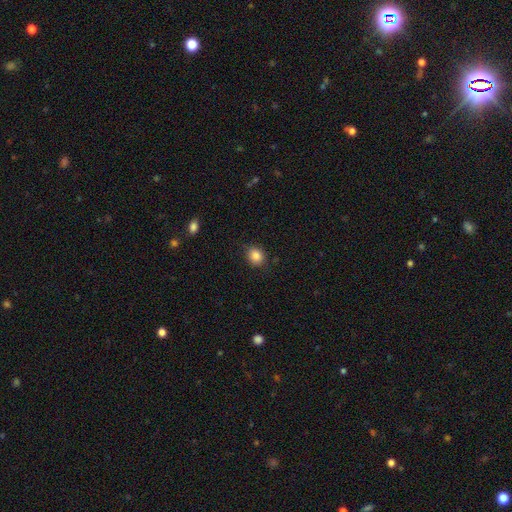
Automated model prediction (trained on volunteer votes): Smooth or featured? Predicted: smooth (p=0.85). How rounded? Predicted: round (p=0.62). Merging? Predicted: none (p=0.84).